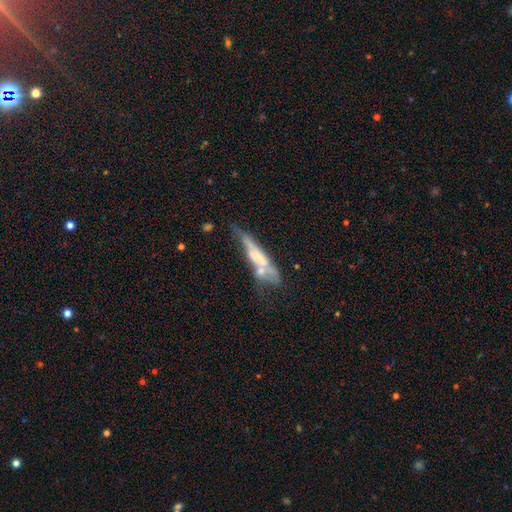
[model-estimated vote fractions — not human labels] This is possibly a featured or disk galaxy (55%). It is likely viewed edge-on (70%). Merging: marginally none (38%).